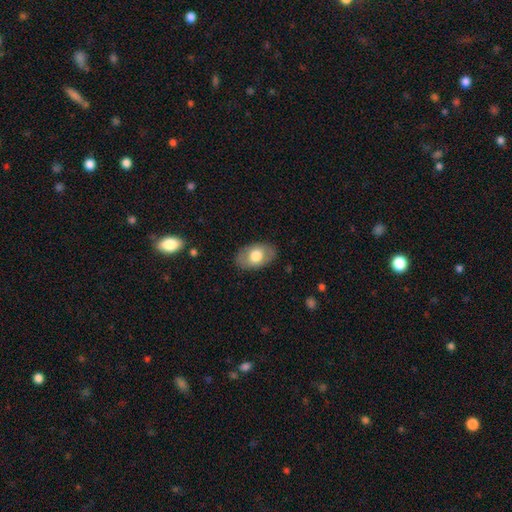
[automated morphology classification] smooth-or-featured: smooth: 66% | featured or disk: 28% | star or artifact: 6%
  how-rounded: in between: 90% | round: 9% | cigar-shaped: 1%
  merging: none: 84% | minor disturbance: 11% | major disturbance: 3% | merger: 1%